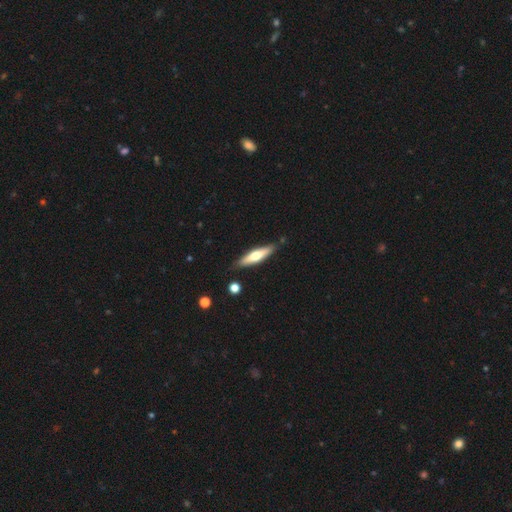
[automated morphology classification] Smooth or featured: smooth — 50% (featured or disk — 45%)
How rounded: cigar-shaped — 75% (in between — 23%)
Merging: none — 84% (minor disturbance — 11%)